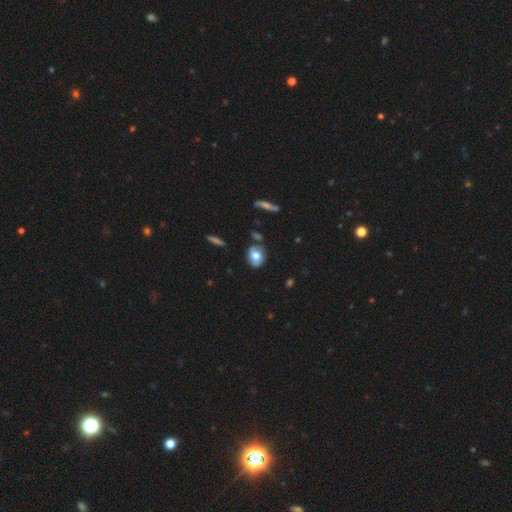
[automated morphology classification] Smooth or featured? Predicted: smooth (p=0.60). How rounded? Predicted: round (p=0.54). Merging? Predicted: none (p=0.72).